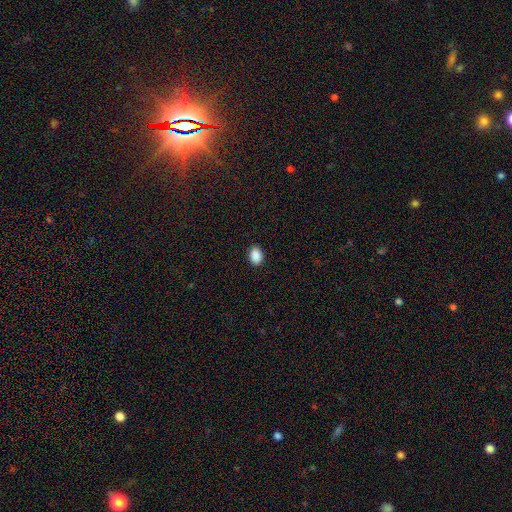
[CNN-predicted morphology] smooth 90%, star or artifact 8%, featured or disk 2%. Down the decision tree: how rounded — in between (79%); merging — none (90%).